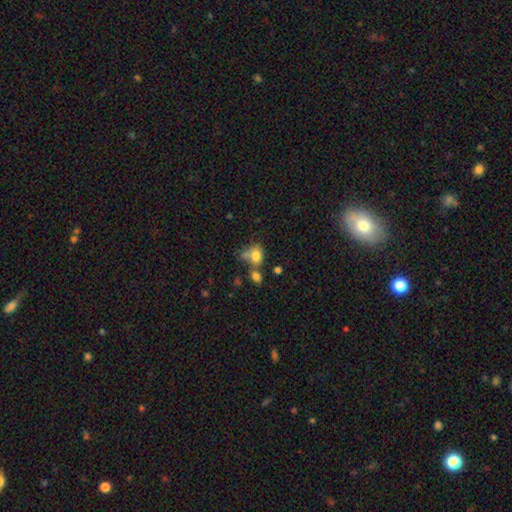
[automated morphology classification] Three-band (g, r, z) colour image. It shows a smooth galaxy with no disk features (78%) that is in between round and cigar-shaped (57%). Merging: none (37%).